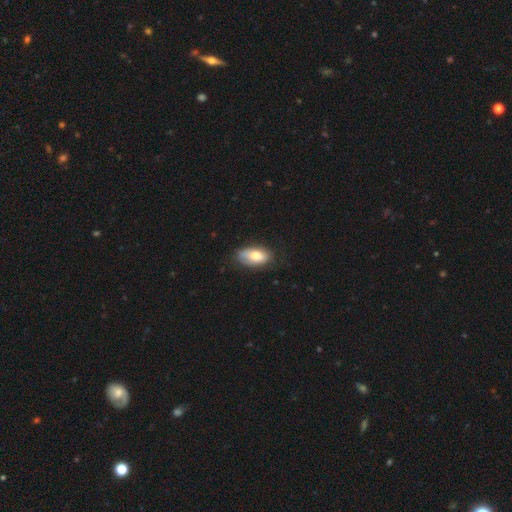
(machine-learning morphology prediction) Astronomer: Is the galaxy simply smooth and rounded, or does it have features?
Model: smooth — 74%.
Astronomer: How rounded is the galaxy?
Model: in between — 91%.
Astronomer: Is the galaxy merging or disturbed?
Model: none — 69%.